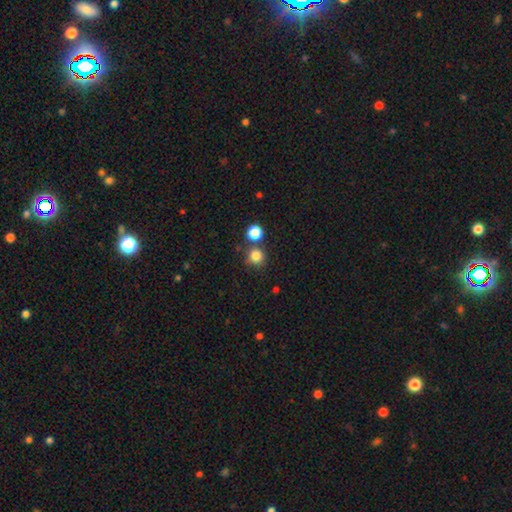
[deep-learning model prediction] The model was most divided on "merging": none: 73%, merger: 16%, minor disturbance: 8%, major disturbance: 3%. More confident: how rounded — round (92%); smooth or featured — smooth (82%).